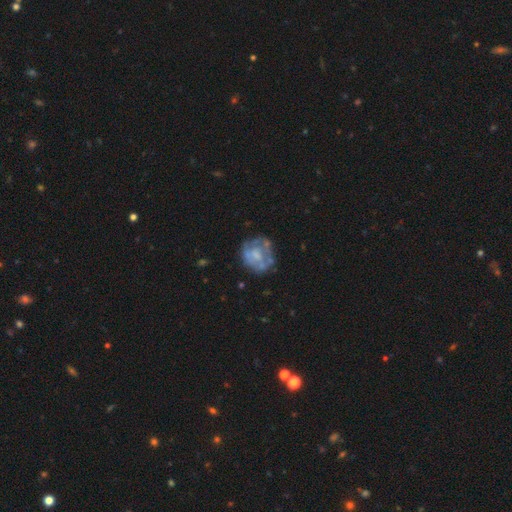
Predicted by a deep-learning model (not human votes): featured or disk 63%, smooth 29%, star or artifact 8%. Down the decision tree: edge-on disk — no (98%); bar — no (77%); spiral arms — no (73%); bulge size — none (37%); merging — none (57%).